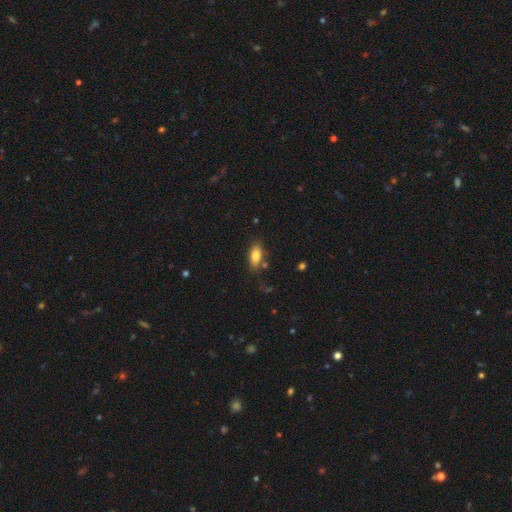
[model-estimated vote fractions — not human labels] This appears to be a smooth galaxy with no disk features (81%) that is in between round and cigar-shaped (86%). Merging: none (74%).